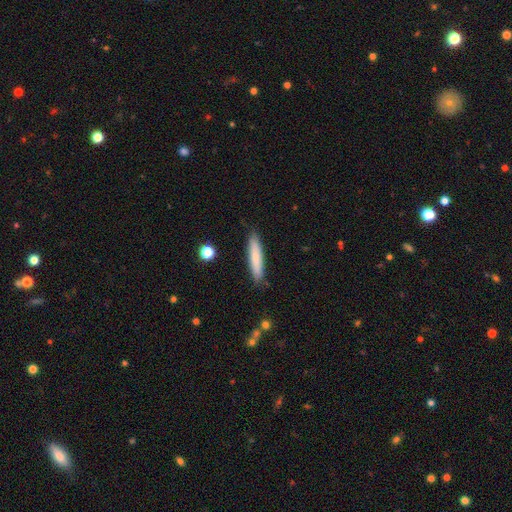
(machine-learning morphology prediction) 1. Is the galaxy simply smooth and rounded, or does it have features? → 74% smooth, 20% featured or disk, 6% star or artifact.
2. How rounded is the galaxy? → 86% cigar-shaped, 12% in between, 1% round.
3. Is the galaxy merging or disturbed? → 88% none, 9% minor disturbance, 2% major disturbance, 1% merger.